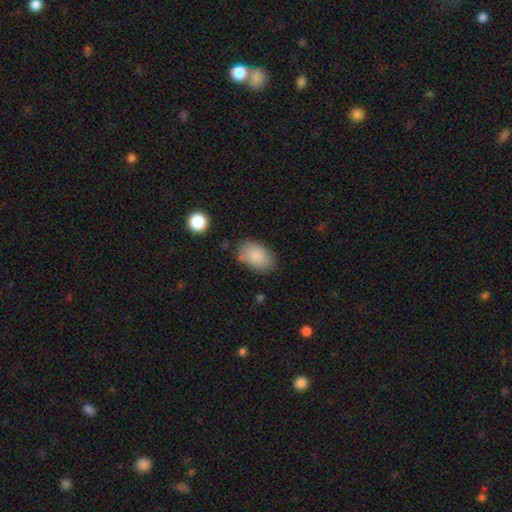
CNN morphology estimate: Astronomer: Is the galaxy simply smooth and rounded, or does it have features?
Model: smooth — 87%.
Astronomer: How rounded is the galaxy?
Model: in between — 89%.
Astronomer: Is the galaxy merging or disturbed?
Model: none — 73%.